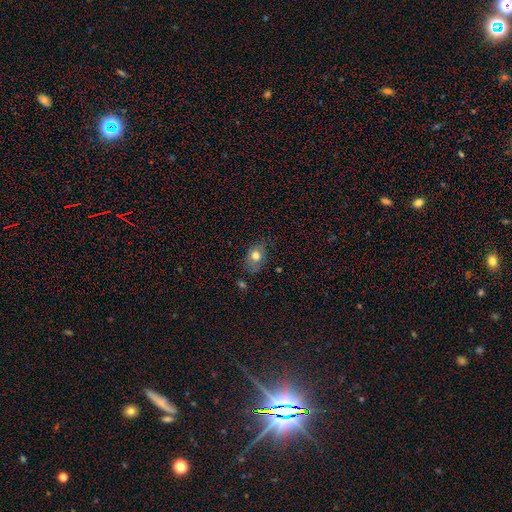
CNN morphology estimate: This is likely a smooth galaxy (71%). How rounded: likely in between (66%). Merging: likely none (64%).